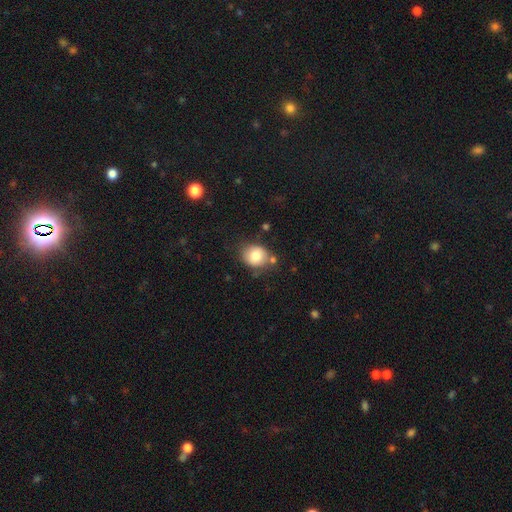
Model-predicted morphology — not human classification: This appears to be a smooth galaxy with no disk features (79%) that is round (64%). Merging: none (71%).